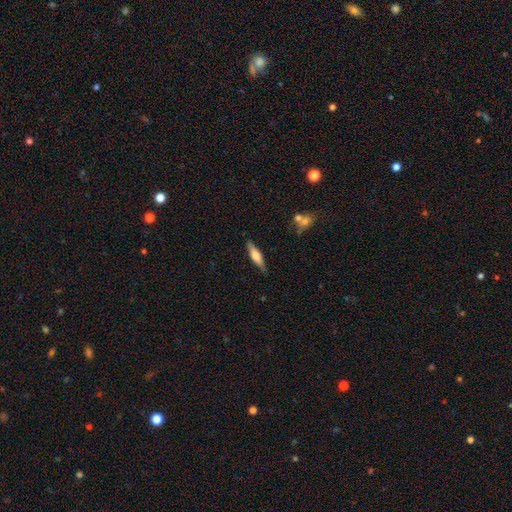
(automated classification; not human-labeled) Smooth or featured?
  - smooth: 51% *
  - featured or disk: 43%
  - star or artifact: 6%
How rounded?
  - cigar-shaped: 75% *
  - in between: 23%
  - round: 2%
Merging?
  - none: 85% *
  - minor disturbance: 11%
  - major disturbance: 2%
  - merger: 2%